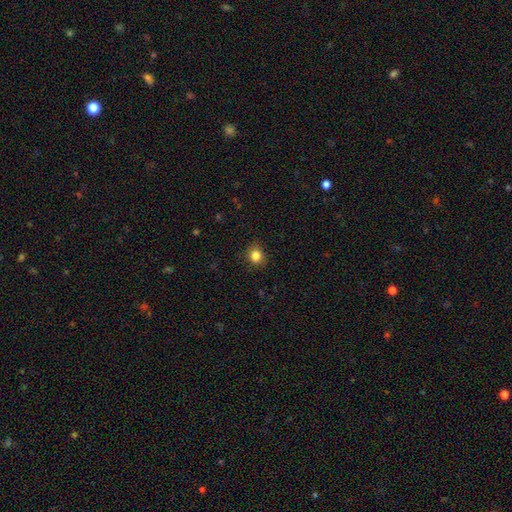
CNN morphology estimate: smooth 84%, star or artifact 11%, featured or disk 5%. Down the decision tree: how rounded — round (80%); merging — none (87%).